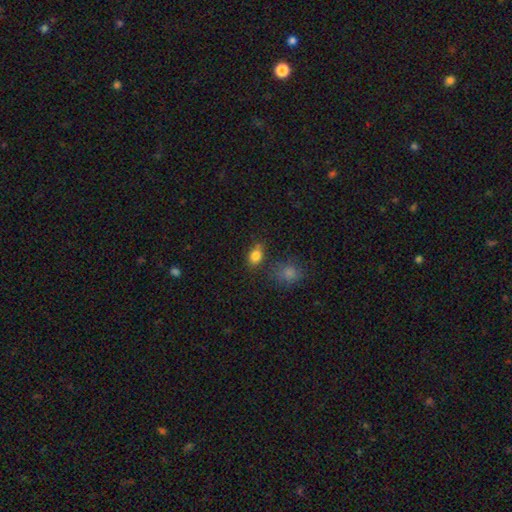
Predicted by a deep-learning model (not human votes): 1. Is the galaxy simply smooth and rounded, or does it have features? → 82% smooth, 11% star or artifact, 7% featured or disk.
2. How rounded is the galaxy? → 70% in between, 27% round, 2% cigar-shaped.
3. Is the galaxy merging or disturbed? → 67% none, 20% minor disturbance, 7% merger, 6% major disturbance.